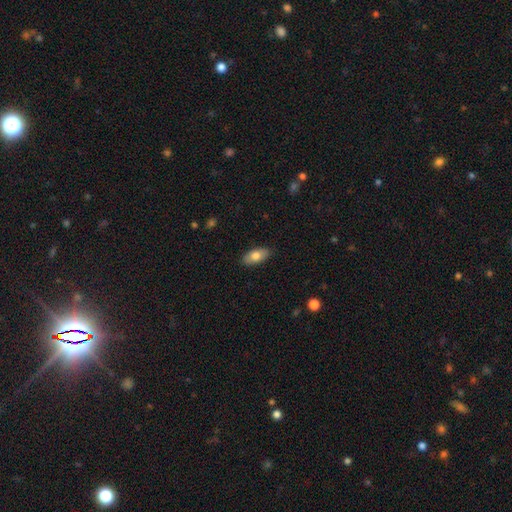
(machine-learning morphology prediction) The model was most divided on "smooth or featured": smooth: 77%, featured or disk: 17%, star or artifact: 6%. More confident: how rounded — in between (89%); merging — none (88%).